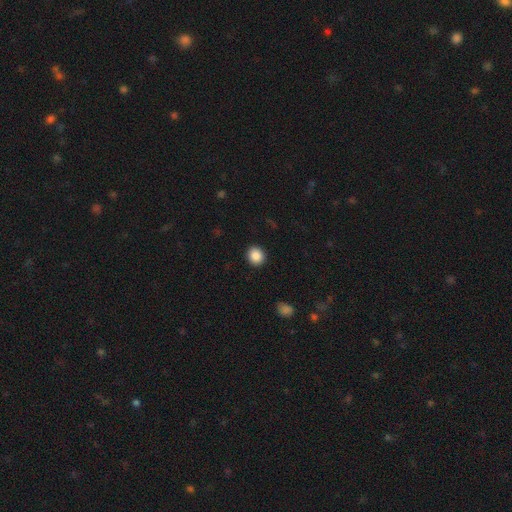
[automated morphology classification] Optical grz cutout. It shows a smooth galaxy with no disk features (88%) that is round (83%). Merging: none (92%).